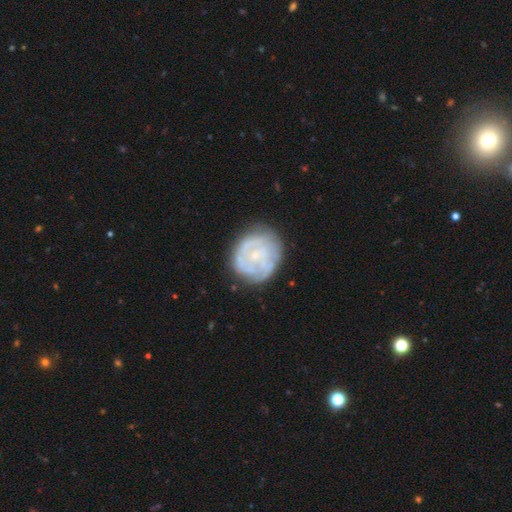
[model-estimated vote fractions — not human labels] A featured or disk galaxy (66%) with no bar (78%), spiral arms (65%) and a small central bulge (74%).

Vote fractions:
- Smooth or featured? featured or disk: 66% / smooth: 27% / star or artifact: 7%
- Edge-on disk? no: 98% / yes: 2%
- Bar? no: 78% / weak: 19% / strong: 4%
- Spiral arms? yes: 65% / no: 35%
- Bulge size? small: 74% / moderate: 15% / none: 9% / large: 1% / dominant: 1%
- Merging? none: 71% / minor disturbance: 19% / major disturbance: 8% / merger: 2%